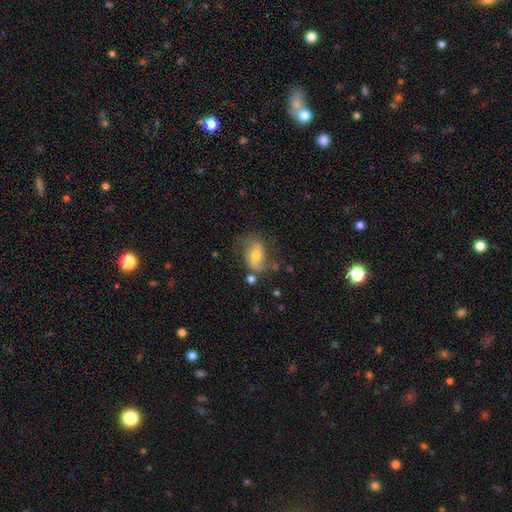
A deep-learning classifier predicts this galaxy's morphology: featured or disk 66%, smooth 26%, star or artifact 9%. Down the decision tree: edge-on disk — no (95%); bar — weak (41%); spiral arms — yes (86%); spiral arm count — 2 (85%); spiral winding — loose (53%); bulge size — moderate (65%); merging — none (61%).